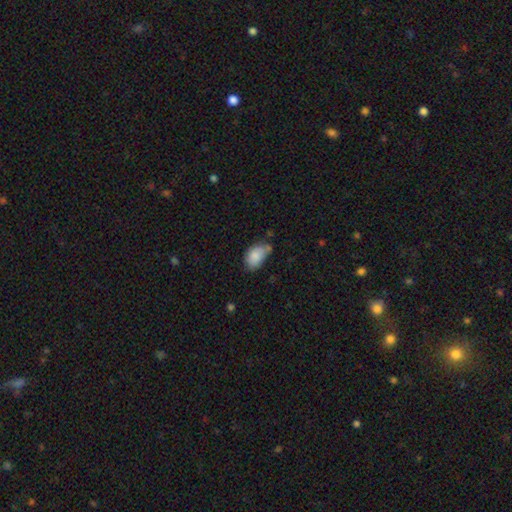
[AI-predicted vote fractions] smooth 86%, featured or disk 7%, star or artifact 7%. Down the decision tree: how rounded — in between (88%); merging — none (49%).